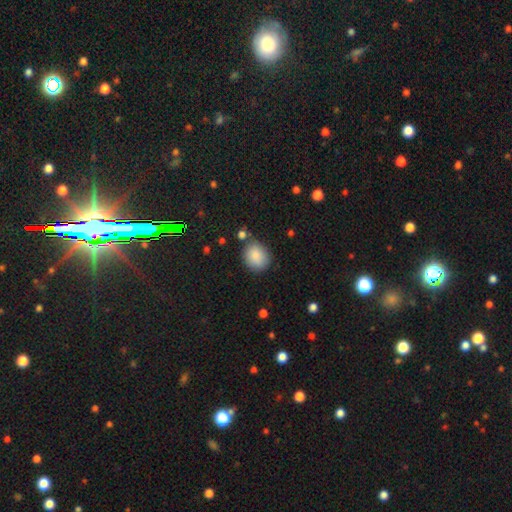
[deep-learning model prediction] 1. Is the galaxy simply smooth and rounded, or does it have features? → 87% smooth, 8% star or artifact, 5% featured or disk.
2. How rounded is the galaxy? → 59% round, 40% in between, 1% cigar-shaped.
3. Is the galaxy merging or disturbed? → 76% none, 15% minor disturbance, 5% merger, 4% major disturbance.